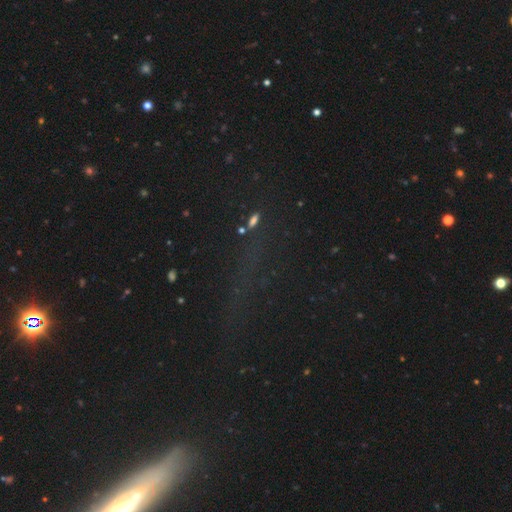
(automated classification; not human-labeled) This appears to be a star or artifact, not a galaxy (70%).